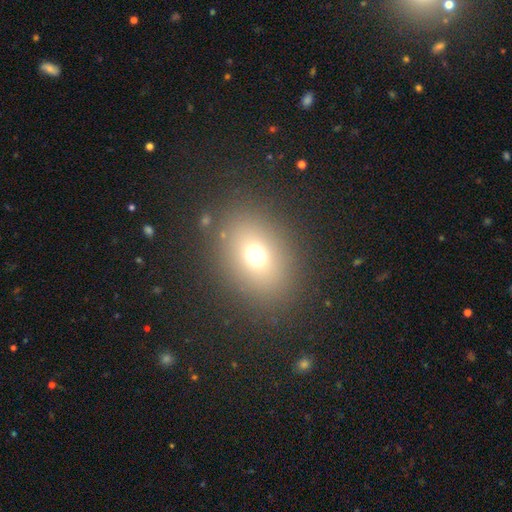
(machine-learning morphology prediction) smooth-or-featured: smooth: 70% | star or artifact: 18% | featured or disk: 12%
  how-rounded: in between: 59% | round: 40% | cigar-shaped: 1%
  merging: none: 85% | minor disturbance: 8% | major disturbance: 5% | merger: 2%